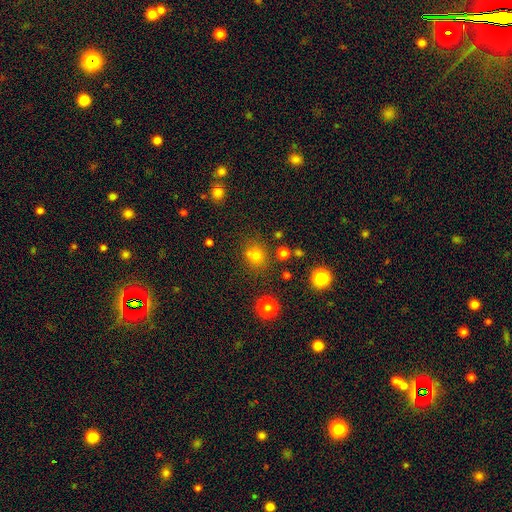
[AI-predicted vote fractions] smooth_or_featured: smooth (p=0.71) [alt: star or artifact p=0.21]
how_rounded: round (p=0.76) [alt: in between p=0.23]
merging: none (p=0.64) [alt: merger p=0.18]